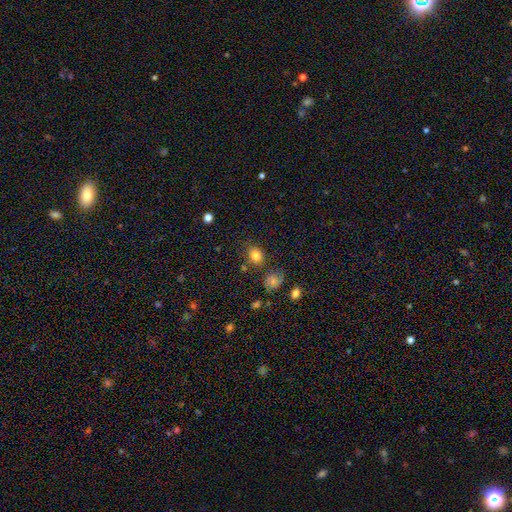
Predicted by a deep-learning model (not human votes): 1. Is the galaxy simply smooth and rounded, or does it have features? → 82% smooth, 11% star or artifact, 7% featured or disk.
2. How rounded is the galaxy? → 56% in between, 43% round, 1% cigar-shaped.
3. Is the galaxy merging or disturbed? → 73% none, 15% minor disturbance, 7% merger, 5% major disturbance.